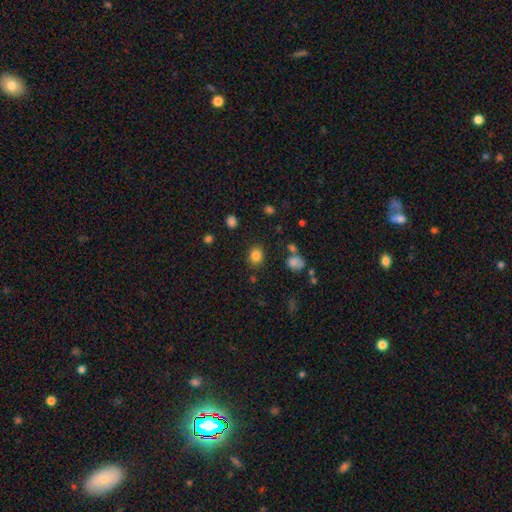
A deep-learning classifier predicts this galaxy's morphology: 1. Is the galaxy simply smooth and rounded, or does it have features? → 83% smooth, 12% star or artifact, 5% featured or disk.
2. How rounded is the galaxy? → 65% round, 34% in between, 1% cigar-shaped.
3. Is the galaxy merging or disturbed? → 84% none, 10% minor disturbance, 4% major disturbance, 3% merger.